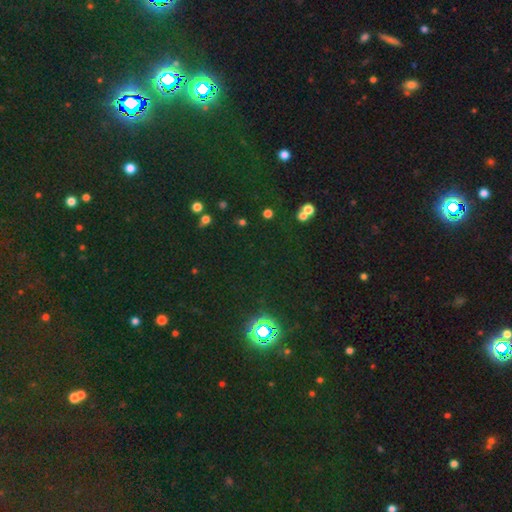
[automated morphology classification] Smooth or featured? star or artifact (71%)